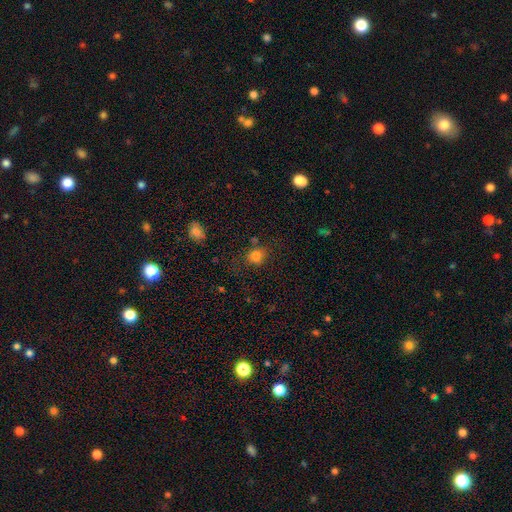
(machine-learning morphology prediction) This appears to be a smooth galaxy with no disk features (78%) that is round (68%). Merging: none (67%).